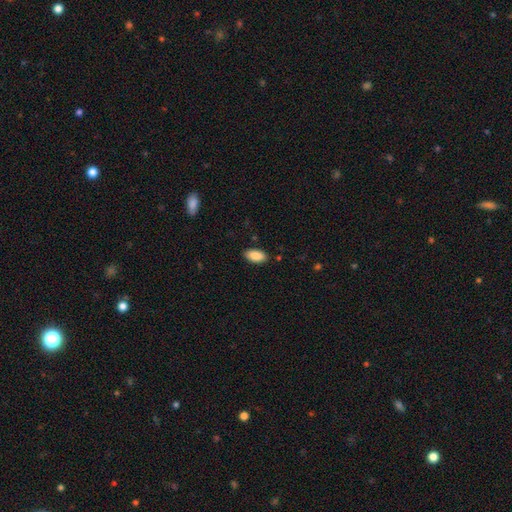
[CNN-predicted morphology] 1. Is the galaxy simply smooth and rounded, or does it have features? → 88% smooth, 7% star or artifact, 6% featured or disk.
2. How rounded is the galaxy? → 94% in between, 4% cigar-shaped, 2% round.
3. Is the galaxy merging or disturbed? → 86% none, 10% minor disturbance, 2% major disturbance, 1% merger.